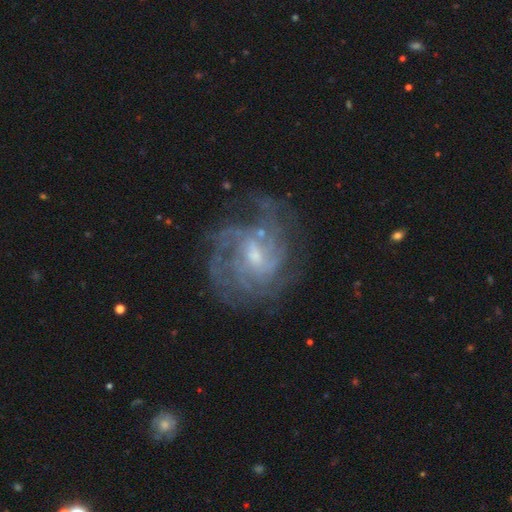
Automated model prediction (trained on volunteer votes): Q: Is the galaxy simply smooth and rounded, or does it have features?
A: featured or disk — 84%.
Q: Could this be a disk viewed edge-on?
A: no — 98%.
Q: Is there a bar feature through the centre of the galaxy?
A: weak — 55%.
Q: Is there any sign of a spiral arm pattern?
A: yes — 92%.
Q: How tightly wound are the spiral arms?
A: tight — 51%.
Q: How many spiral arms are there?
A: can't tell — 38%.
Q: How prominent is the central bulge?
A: small — 52%.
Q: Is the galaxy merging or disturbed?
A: none — 66%.